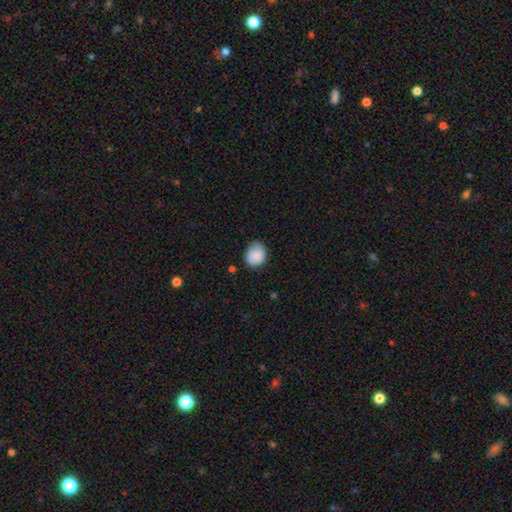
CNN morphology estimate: Smooth or featured?
  - smooth: 86% *
  - star or artifact: 8%
  - featured or disk: 6%
How rounded?
  - round: 66% *
  - in between: 34%
  - cigar-shaped: 1%
Merging?
  - none: 68% *
  - minor disturbance: 26%
  - major disturbance: 4%
  - merger: 2%